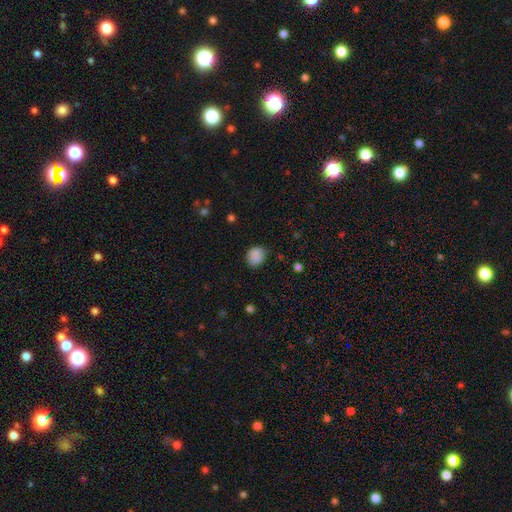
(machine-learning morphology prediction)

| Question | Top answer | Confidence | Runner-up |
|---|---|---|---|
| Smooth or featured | smooth | 86% | star or artifact (9%) |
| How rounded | round | 66% | in between (33%) |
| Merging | none | 78% | minor disturbance (17%) |